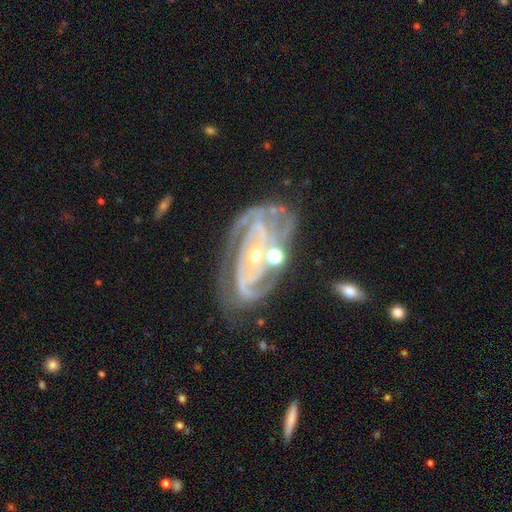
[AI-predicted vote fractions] Q: Smooth or featured?
A: featured or disk (89%); runner-up: star or artifact (6%)
Q: Edge-on disk?
A: no (96%); runner-up: yes (4%)
Q: Bar?
A: no (61%); runner-up: weak (23%)
Q: Spiral arms?
A: yes (96%); runner-up: no (4%)
Q: Spiral winding?
A: tight (65%); runner-up: medium (29%)
Q: Spiral arm count?
A: 2 (40%); runner-up: 3 (23%)
Q: Bulge size?
A: moderate (52%); runner-up: small (42%)
Q: Merging?
A: none (55%); runner-up: minor disturbance (22%)